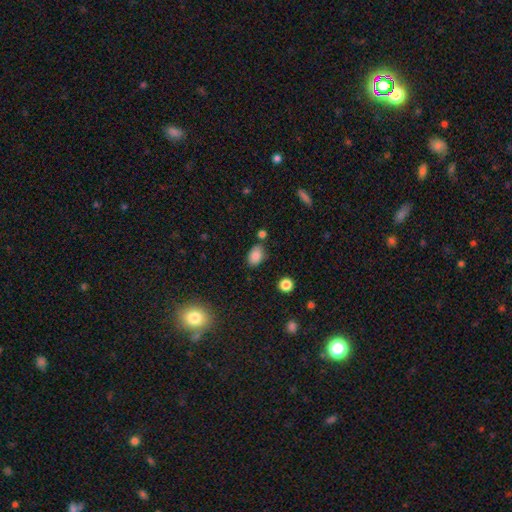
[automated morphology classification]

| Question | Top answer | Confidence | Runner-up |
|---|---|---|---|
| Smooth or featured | smooth | 85% | star or artifact (10%) |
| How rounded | in between | 85% | round (14%) |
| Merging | none | 73% | minor disturbance (16%) |